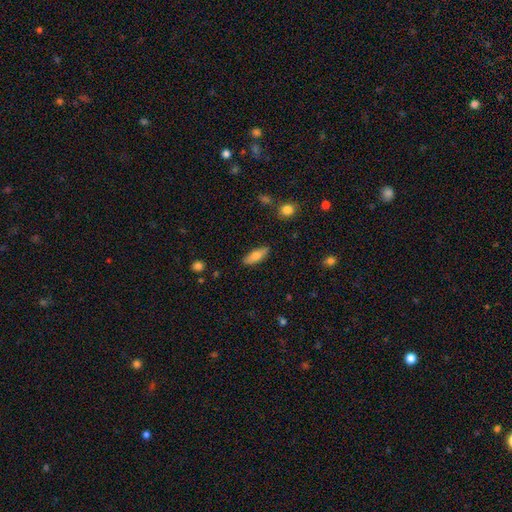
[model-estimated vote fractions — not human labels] Smooth or featured? Predicted: smooth (p=0.74). How rounded? Predicted: in between (p=0.67). Merging? Predicted: none (p=0.85).